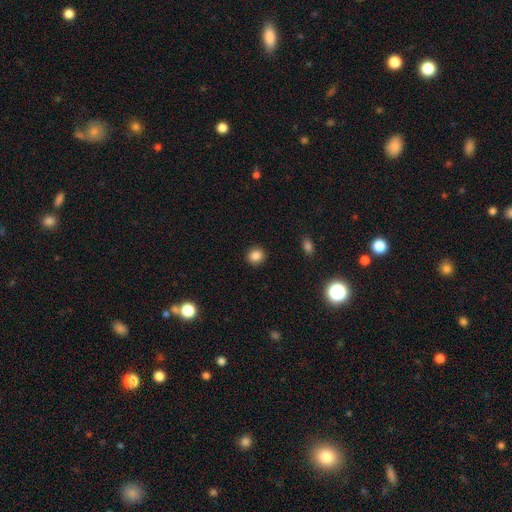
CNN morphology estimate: Overall: smooth (86%). How rounded: round (82%). Merging: none (91%).